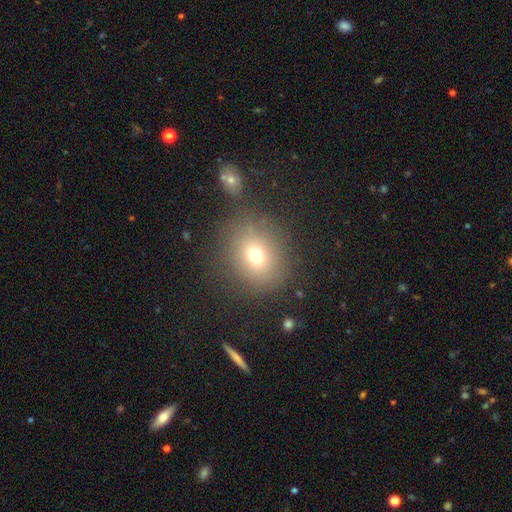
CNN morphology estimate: A smooth galaxy with no disk features (70%) that is round (72%).

Vote fractions:
- Smooth or featured? smooth: 70% / star or artifact: 17% / featured or disk: 13%
- How rounded? round: 72% / in between: 27% / cigar-shaped: 1%
- Merging? none: 80% / minor disturbance: 11% / major disturbance: 6% / merger: 4%